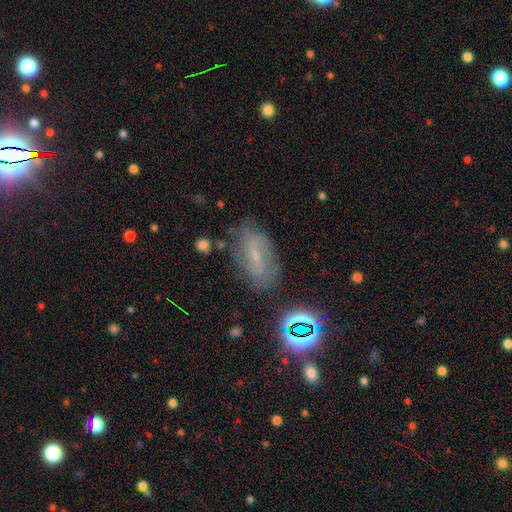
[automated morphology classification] The model was most divided on "bar": weak: 49%, strong: 28%, no: 22%. More confident: edge-on disk — no (90%); spiral arms — yes (78%); merging — none (71%); bulge size — small (67%); smooth or featured — featured or disk (55%).